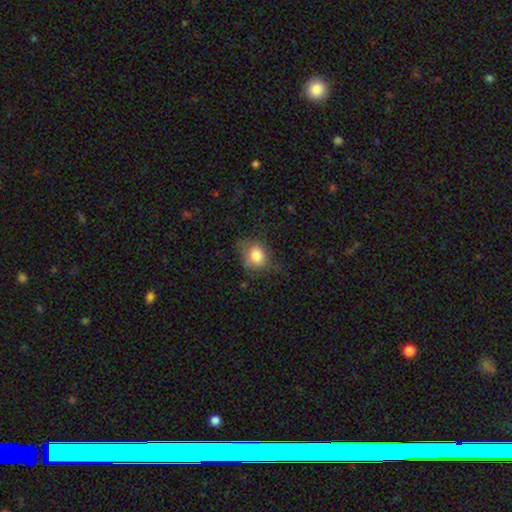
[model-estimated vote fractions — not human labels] Smooth or featured? smooth (79%)
How rounded? round (51%)
Merging? none (57%)